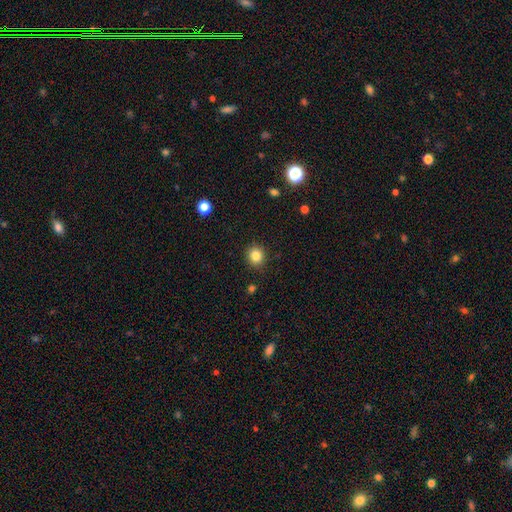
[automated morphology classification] smooth 84%, star or artifact 11%, featured or disk 5%. Down the decision tree: how rounded — round (85%); merging — none (89%).